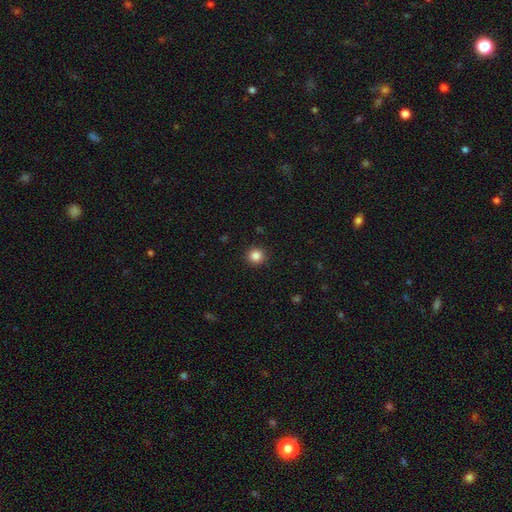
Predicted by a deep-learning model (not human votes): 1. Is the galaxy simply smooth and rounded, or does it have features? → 86% smooth, 11% star or artifact, 4% featured or disk.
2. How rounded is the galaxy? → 94% round, 5% in between, 1% cigar-shaped.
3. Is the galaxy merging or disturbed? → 92% none, 5% minor disturbance, 2% major disturbance, 1% merger.